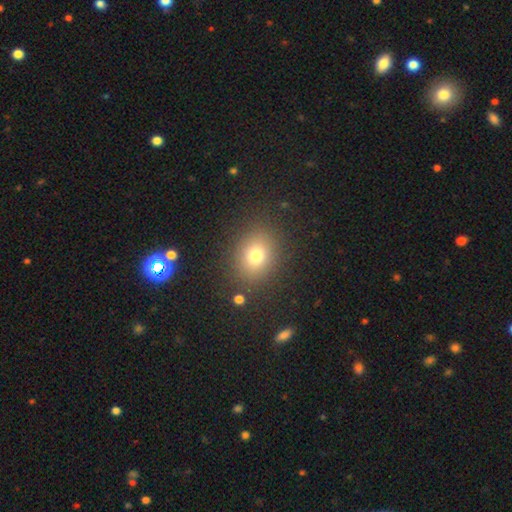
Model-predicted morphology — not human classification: Smooth or featured? Predicted: smooth (p=0.75). How rounded? Predicted: round (p=0.60). Merging? Predicted: none (p=0.86).